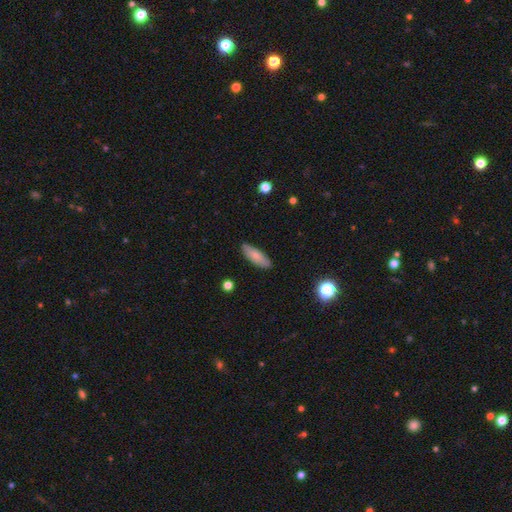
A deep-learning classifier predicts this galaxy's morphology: This is likely a smooth galaxy (76%). How rounded: likely in between (65%). Merging: clearly none (84%).